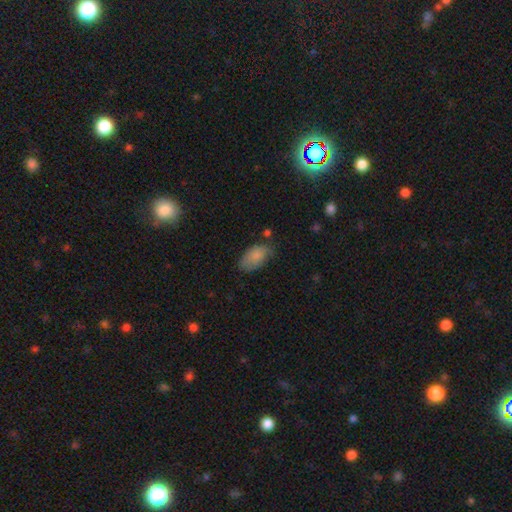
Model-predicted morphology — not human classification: smooth-or-featured: smooth: 83% | featured or disk: 10% | star or artifact: 7%
  how-rounded: in between: 94% | round: 4% | cigar-shaped: 2%
  merging: none: 58% | minor disturbance: 31% | major disturbance: 8% | merger: 3%